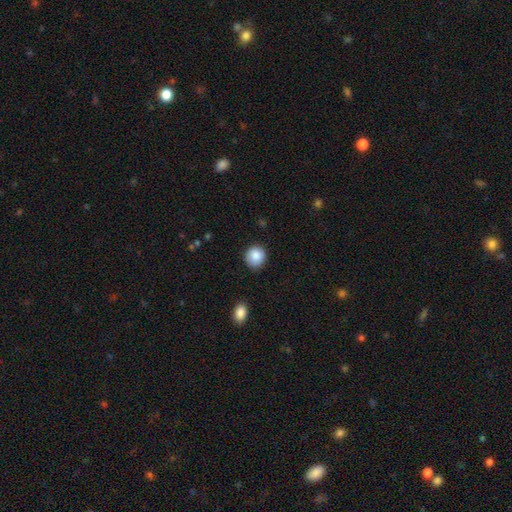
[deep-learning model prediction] Morphology: type=smooth (87%); roundness=round (88%); merging=none (83%).